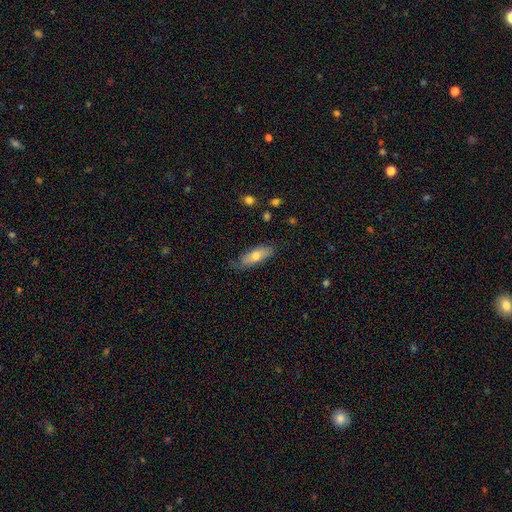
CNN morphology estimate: A smooth galaxy with no disk features (70%) that is in between round and cigar-shaped (59%). Merging: none (75%).